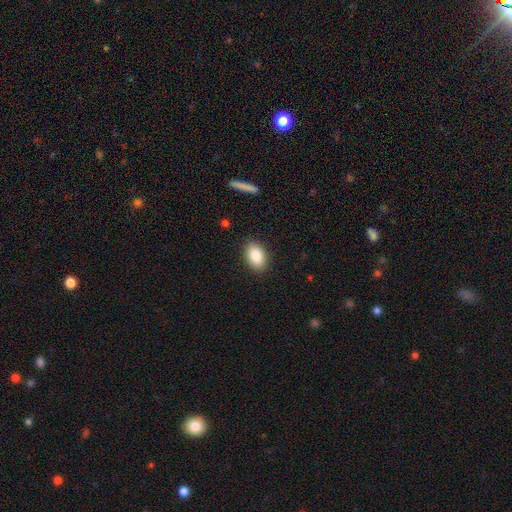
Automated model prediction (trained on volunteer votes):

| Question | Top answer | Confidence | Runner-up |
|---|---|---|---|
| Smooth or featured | smooth | 86% | star or artifact (7%) |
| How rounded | in between | 90% | round (8%) |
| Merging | none | 88% | minor disturbance (9%) |